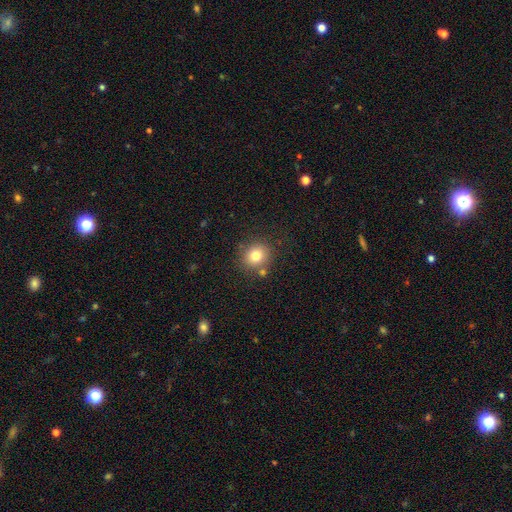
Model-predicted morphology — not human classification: Smooth or featured?
  - smooth: 78% *
  - star or artifact: 12%
  - featured or disk: 9%
How rounded?
  - round: 83% *
  - in between: 16%
  - cigar-shaped: 1%
Merging?
  - none: 79% *
  - minor disturbance: 10%
  - merger: 8%
  - major disturbance: 3%